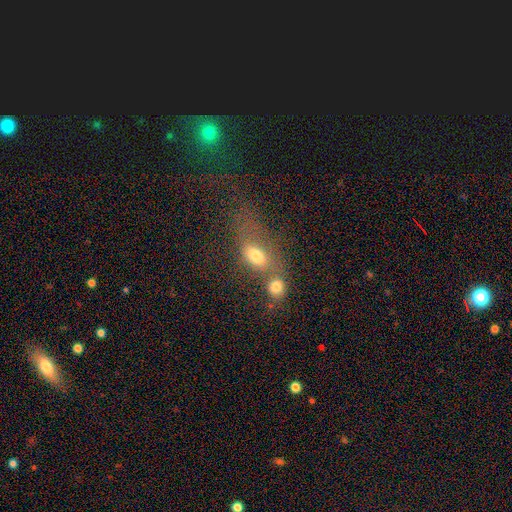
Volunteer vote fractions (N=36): smooth_or_featured: smooth (p=0.75) [alt: featured or disk p=0.19]
how_rounded: in between (p=0.81) [alt: round p=0.15]
merging: merger (p=0.50) [alt: none p=0.24]